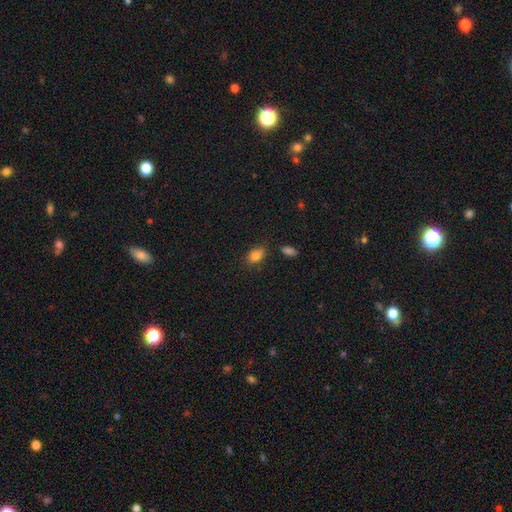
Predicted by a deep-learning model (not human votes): Smooth or featured? smooth (84%)
How rounded? in between (86%)
Merging? none (75%)